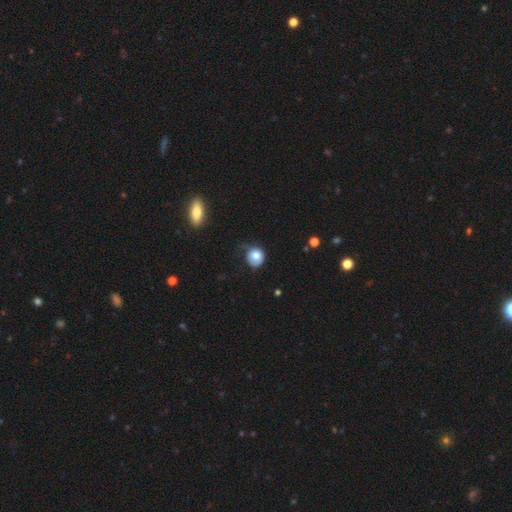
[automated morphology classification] A smooth galaxy with no disk features (77%) that is round (79%).

Vote fractions:
- Smooth or featured? smooth: 77% / featured or disk: 14% / star or artifact: 9%
- How rounded? round: 79% / in between: 20% / cigar-shaped: 1%
- Merging? none: 41% / minor disturbance: 35% / major disturbance: 21% / merger: 3%